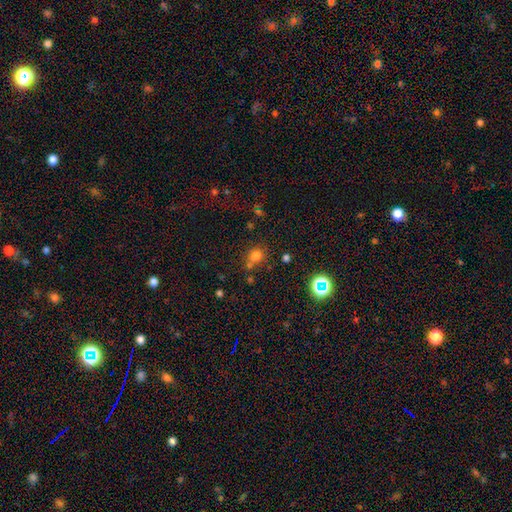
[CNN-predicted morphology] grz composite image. It shows a smooth galaxy with no disk features (70%) that is round (79%). Merging: none (59%).